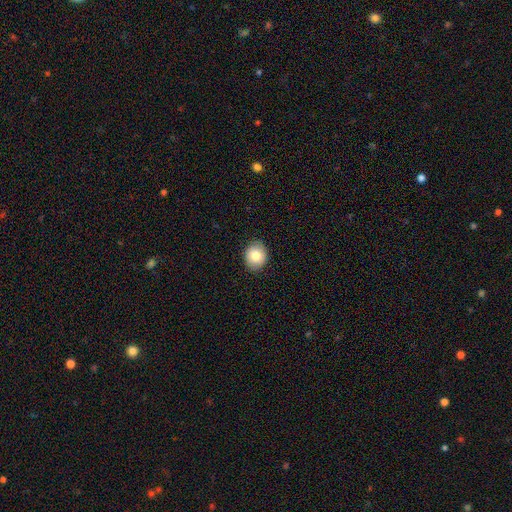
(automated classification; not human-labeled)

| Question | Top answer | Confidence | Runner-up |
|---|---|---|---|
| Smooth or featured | smooth | 81% | featured or disk (11%) |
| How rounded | round | 66% | in between (33%) |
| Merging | none | 87% | minor disturbance (10%) |